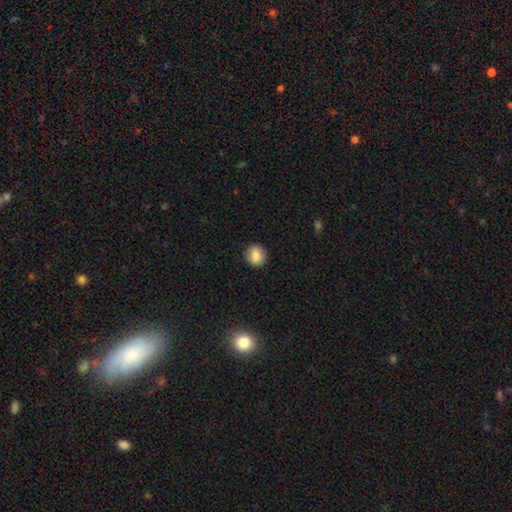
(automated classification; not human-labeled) Q: Smooth or featured?
A: smooth (84%); runner-up: star or artifact (8%)
Q: How rounded?
A: round (73%); runner-up: in between (26%)
Q: Merging?
A: none (86%); runner-up: minor disturbance (10%)